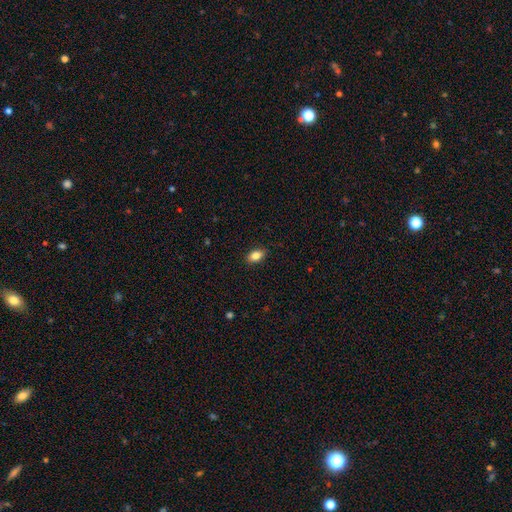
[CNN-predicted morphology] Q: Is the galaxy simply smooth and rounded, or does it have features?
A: smooth — 84%.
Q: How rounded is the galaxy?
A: in between — 88%.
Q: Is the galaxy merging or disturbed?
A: none — 89%.